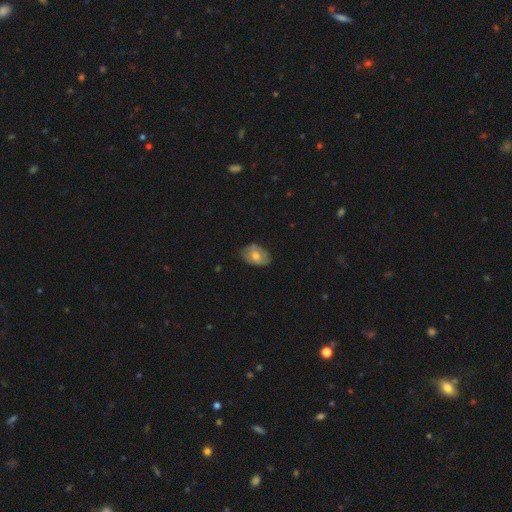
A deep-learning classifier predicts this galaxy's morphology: smooth_or_featured: smooth (p=0.63) [alt: featured or disk p=0.30]
how_rounded: in between (p=0.84) [alt: round p=0.15]
merging: none (p=0.69) [alt: minor disturbance p=0.25]